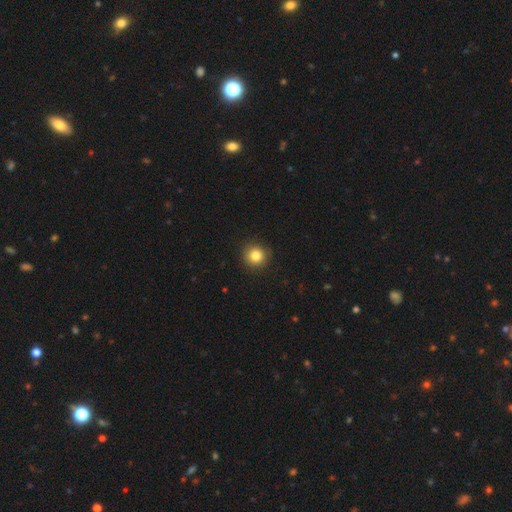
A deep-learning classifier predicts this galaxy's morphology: type=smooth (82%); roundness=round (94%); merging=none (91%).